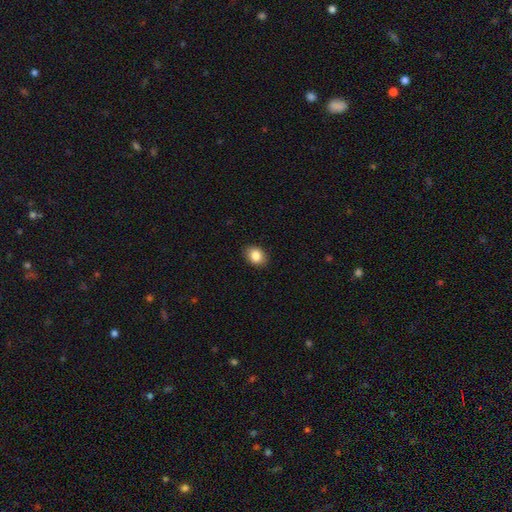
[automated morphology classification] A smooth galaxy with no disk features (85%) that is in between round and cigar-shaped (63%).

Vote fractions:
- Smooth or featured? smooth: 85% / star or artifact: 9% / featured or disk: 6%
- How rounded? in between: 63% / round: 36% / cigar-shaped: 1%
- Merging? none: 89% / minor disturbance: 8% / major disturbance: 2% / merger: 1%